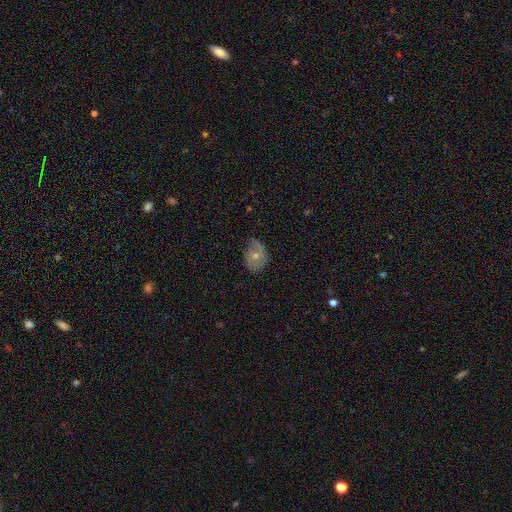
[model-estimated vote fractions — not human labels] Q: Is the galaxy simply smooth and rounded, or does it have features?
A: featured or disk — 50%.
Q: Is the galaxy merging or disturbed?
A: none — 54%.